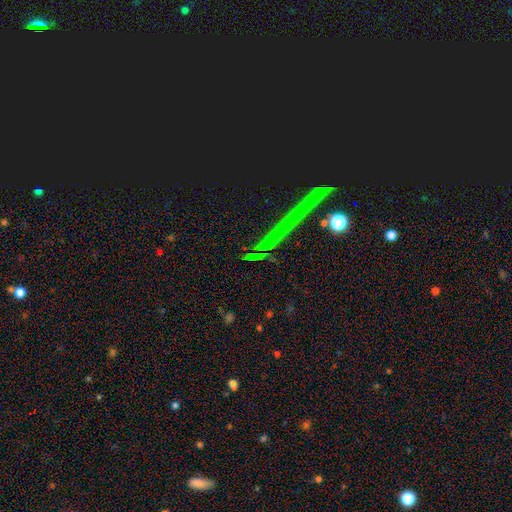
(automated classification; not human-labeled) Q: Smooth or featured?
A: star or artifact (79%); runner-up: featured or disk (11%)